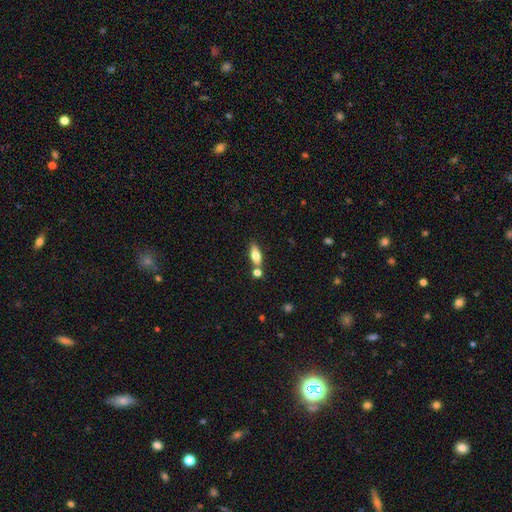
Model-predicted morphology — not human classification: Smooth or featured: smooth — 69% (featured or disk — 24%)
How rounded: in between — 70% (cigar-shaped — 26%)
Merging: none — 64% (merger — 20%)